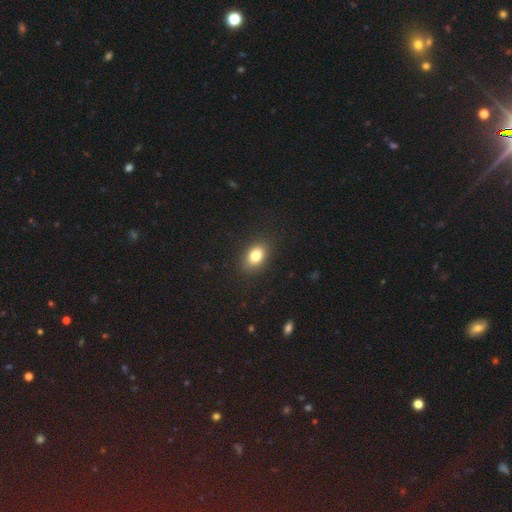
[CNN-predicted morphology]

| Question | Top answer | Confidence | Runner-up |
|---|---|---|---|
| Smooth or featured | smooth | 82% | star or artifact (10%) |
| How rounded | in between | 79% | round (20%) |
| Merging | none | 87% | minor disturbance (9%) |